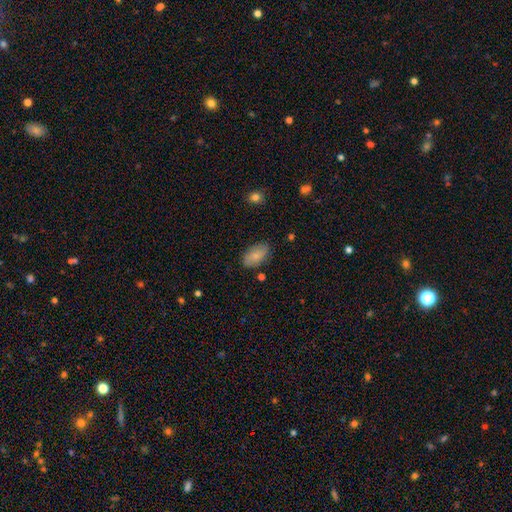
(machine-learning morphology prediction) smooth-or-featured: smooth: 76% | featured or disk: 17% | star or artifact: 7%
  how-rounded: in between: 93% | round: 4% | cigar-shaped: 3%
  merging: none: 81% | minor disturbance: 14% | major disturbance: 3% | merger: 2%